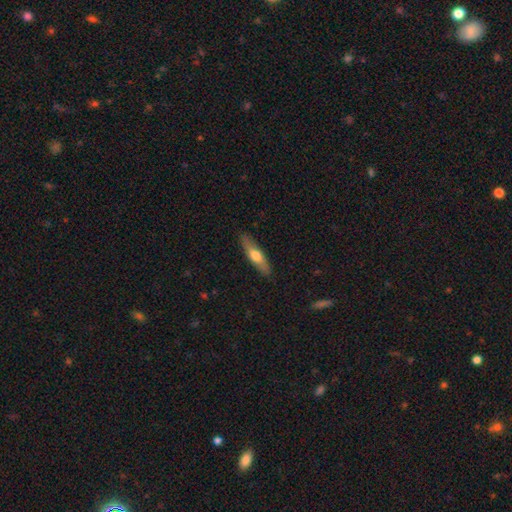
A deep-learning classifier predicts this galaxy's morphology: Q: Smooth or featured?
A: smooth (57%); runner-up: featured or disk (37%)
Q: How rounded?
A: cigar-shaped (69%); runner-up: in between (29%)
Q: Merging?
A: none (86%); runner-up: minor disturbance (11%)